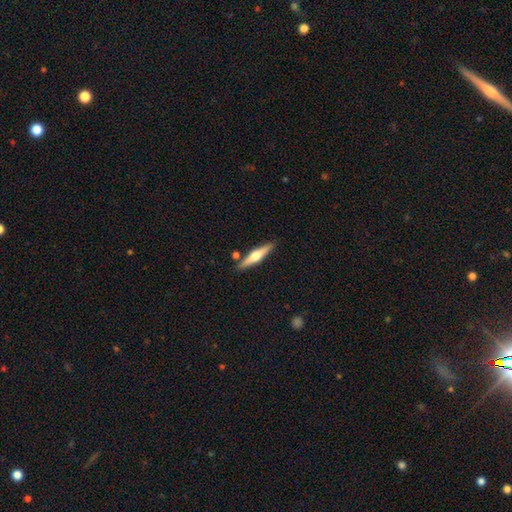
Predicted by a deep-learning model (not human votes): A featured or disk galaxy (63%) viewed edge-on (97%) with a rounded central bulge (93%). Merging: none (86%).